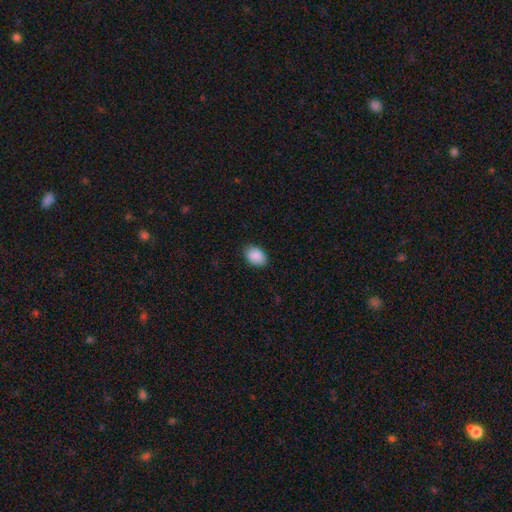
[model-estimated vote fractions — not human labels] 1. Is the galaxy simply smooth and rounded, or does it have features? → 90% smooth, 7% star or artifact, 3% featured or disk.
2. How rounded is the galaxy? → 79% in between, 20% round, 1% cigar-shaped.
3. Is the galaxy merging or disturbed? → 85% none, 12% minor disturbance, 2% major disturbance, 1% merger.